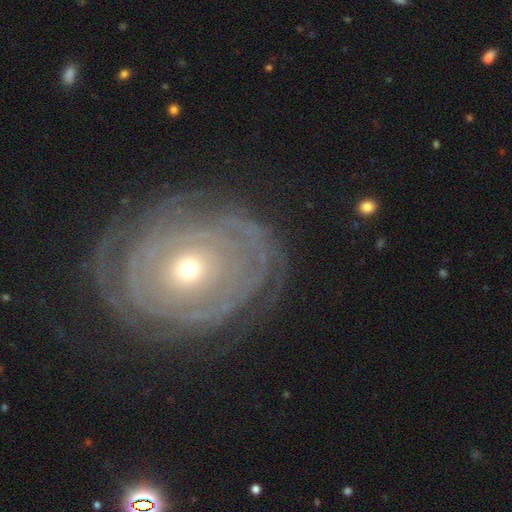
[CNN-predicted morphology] Smooth or featured? Predicted: featured or disk (p=0.82). Edge-on disk? Predicted: no (p=0.96). Bar? Predicted: no (p=0.81). Spiral arms? Predicted: yes (p=0.85). Spiral winding? Predicted: tight (p=0.86). Spiral arm count? Predicted: can't tell (p=0.43). Bulge size? Predicted: small (p=0.48, tied with moderate). Merging? Predicted: none (p=0.79).